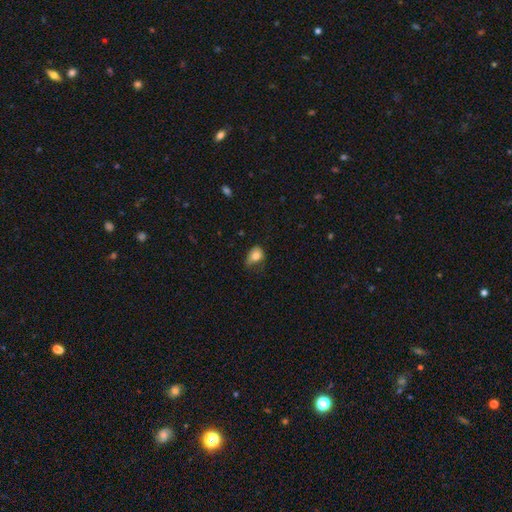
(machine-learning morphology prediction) The model was most divided on "merging": minor disturbance: 42%, none: 35%, major disturbance: 21%, merger: 2%. More confident: smooth or featured — smooth (80%); how rounded — in between (64%).